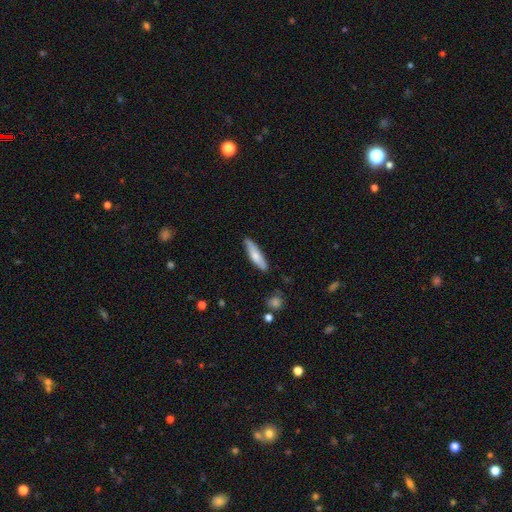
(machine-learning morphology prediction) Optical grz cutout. It shows a smooth galaxy with no disk features (70%) that is cigar-shaped (73%). Merging: none (81%).